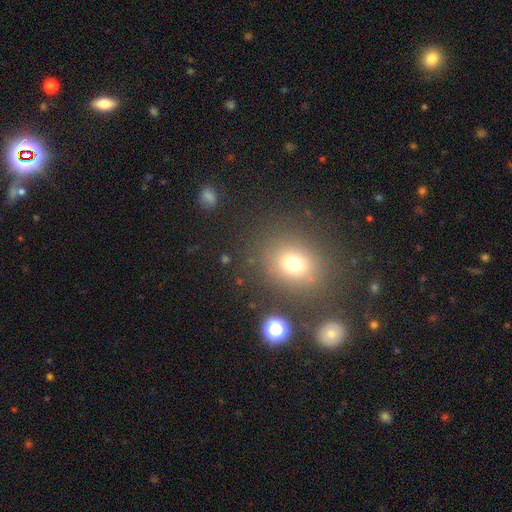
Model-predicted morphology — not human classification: Smooth or featured? smooth (58%)
How rounded? round (66%)
Merging? none (83%)